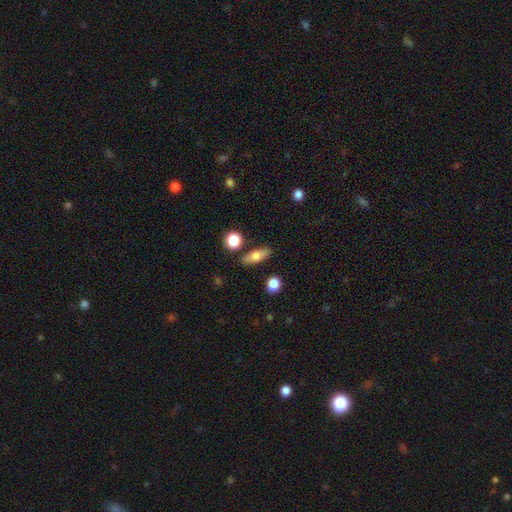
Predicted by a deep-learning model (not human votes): A smooth galaxy with no disk features (67%) that is in between round and cigar-shaped (59%).

Vote fractions:
- Smooth or featured? smooth: 67% / featured or disk: 25% / star or artifact: 8%
- How rounded? in between: 59% / cigar-shaped: 32% / round: 9%
- Merging? none: 84% / minor disturbance: 10% / merger: 4% / major disturbance: 2%